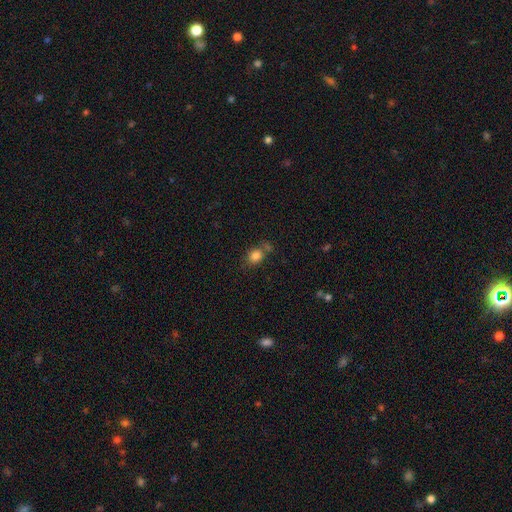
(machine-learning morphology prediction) This appears to be a smooth galaxy with no disk features (83%) that is round (60%). Merging: none (61%).